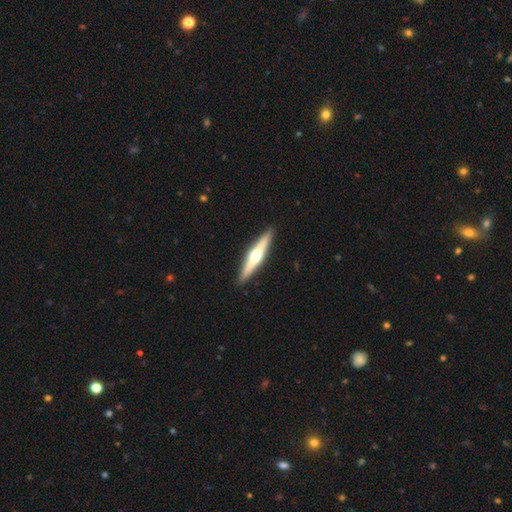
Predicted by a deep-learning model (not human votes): smooth_or_featured: featured or disk (p=0.65) [alt: smooth p=0.30]
disk_edge_on: yes (p=0.97) [alt: no p=0.03]
edge_on_bulge: rounded (p=0.94) [alt: none p=0.03]
merging: none (p=0.91) [alt: minor disturbance p=0.06]